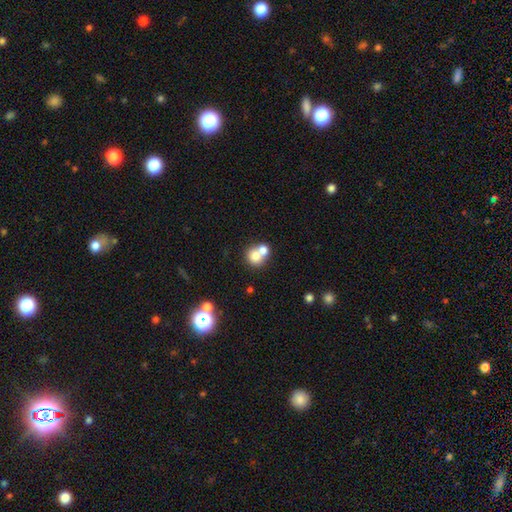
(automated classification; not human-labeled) Smooth or featured: smooth — 72% (featured or disk — 16%)
How rounded: round — 81% (in between — 19%)
Merging: merger — 58% (none — 33%)